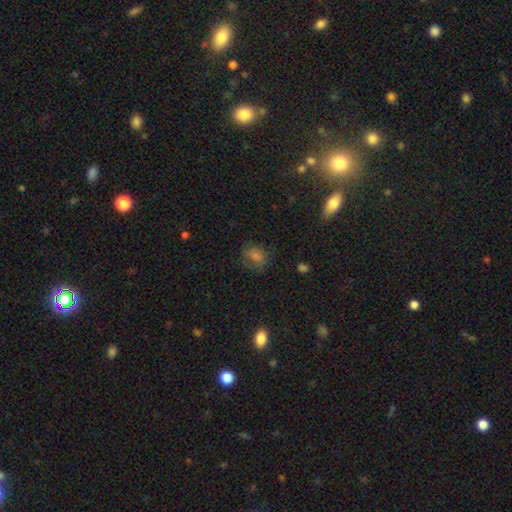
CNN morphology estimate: Smooth or featured? Predicted: smooth (p=0.57). How rounded? Predicted: in between (p=0.57). Merging? Predicted: none (p=0.67).